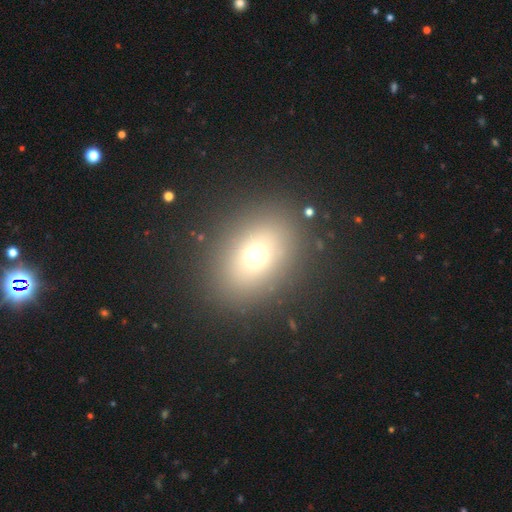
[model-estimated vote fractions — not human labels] smooth-or-featured: smooth: 68% | star or artifact: 17% | featured or disk: 15%
  how-rounded: in between: 58% | round: 40% | cigar-shaped: 2%
  merging: none: 87% | minor disturbance: 8% | major disturbance: 4% | merger: 2%